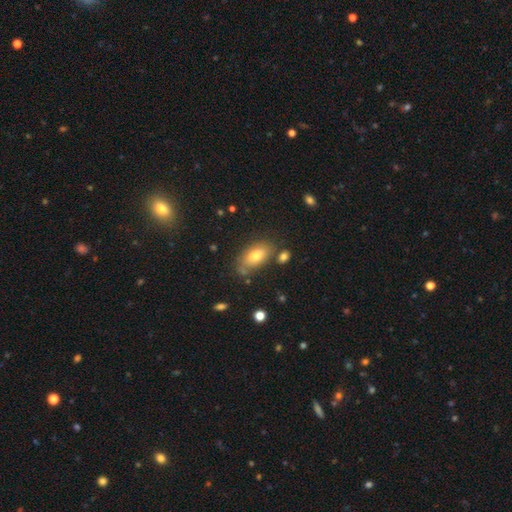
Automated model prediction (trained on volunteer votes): Overall: smooth (73%). How rounded: in between (89%). Merging: none (70%).